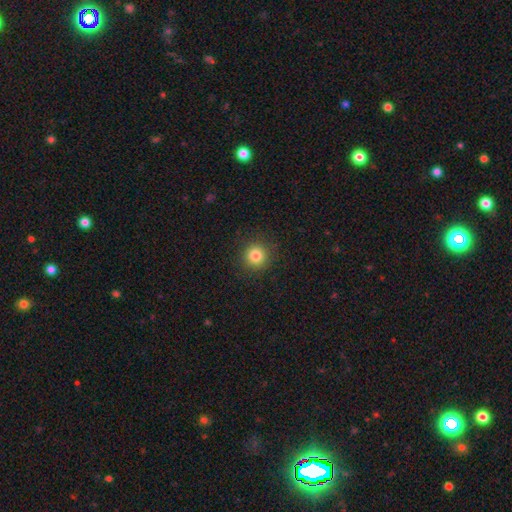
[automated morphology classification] smooth-or-featured: smooth: 82% | star or artifact: 12% | featured or disk: 6%
  how-rounded: round: 94% | in between: 5% | cigar-shaped: 1%
  merging: none: 91% | minor disturbance: 6% | major disturbance: 2% | merger: 1%